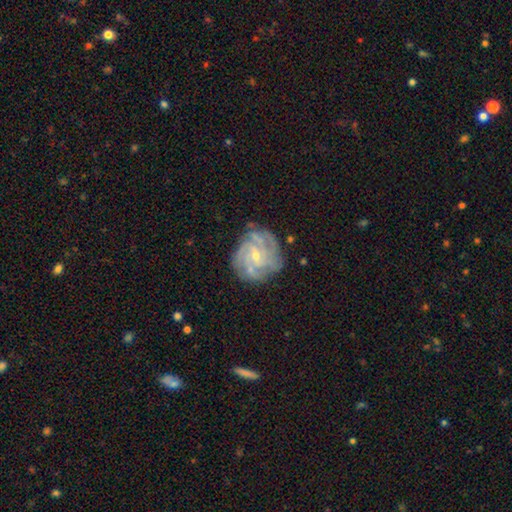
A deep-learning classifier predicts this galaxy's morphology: smooth_or_featured: featured or disk (p=0.83) [alt: smooth p=0.09]
disk_edge_on: no (p=0.97) [alt: yes p=0.03]
bar: no (p=0.56) [alt: weak p=0.36]
has_spiral_arms: yes (p=0.96) [alt: no p=0.04]
spiral_winding: tight (p=0.64) [alt: medium p=0.29]
spiral_arm_count: 4 (p=0.32) [alt: can't tell p=0.23]
bulge_size: small (p=0.70) [alt: moderate p=0.26]
merging: none (p=0.77) [alt: minor disturbance p=0.16]